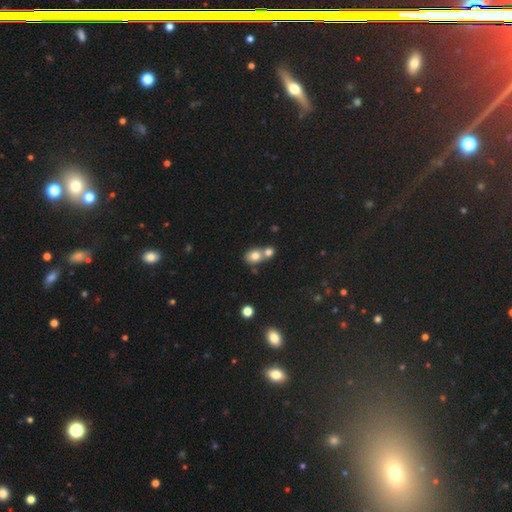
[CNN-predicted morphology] The model was most divided on "how rounded": round: 58%, in between: 40%, cigar-shaped: 1%. More confident: smooth or featured — smooth (78%); merging — merger (56%).